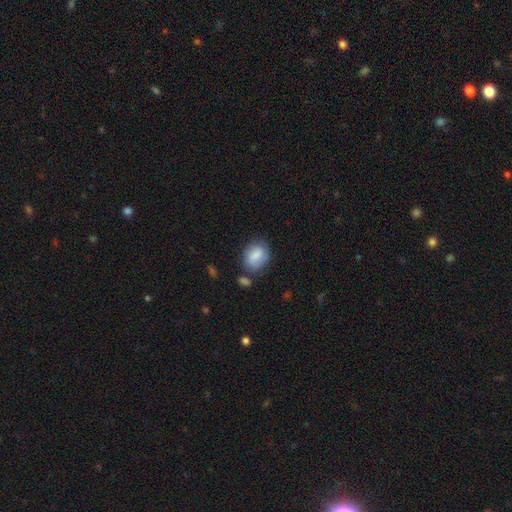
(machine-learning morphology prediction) smooth-or-featured: smooth: 80% | featured or disk: 13% | star or artifact: 7%
  how-rounded: in between: 56% | round: 43% | cigar-shaped: 1%
  merging: none: 65% | minor disturbance: 21% | merger: 8% | major disturbance: 6%